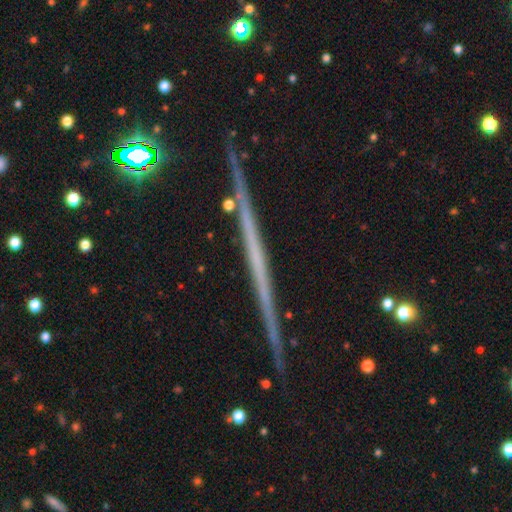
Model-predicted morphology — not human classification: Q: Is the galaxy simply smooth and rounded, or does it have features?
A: featured or disk — 72%.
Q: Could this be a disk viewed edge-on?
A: yes — 98%.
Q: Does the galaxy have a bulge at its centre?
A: none — 91%.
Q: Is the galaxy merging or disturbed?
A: none — 91%.